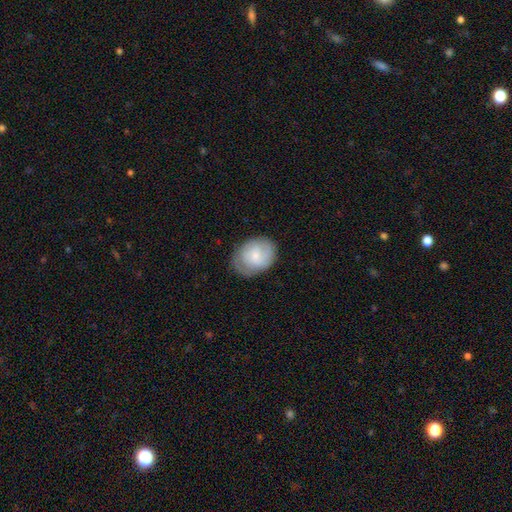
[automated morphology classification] A featured or disk galaxy (47%).

Vote fractions:
- Smooth or featured? featured or disk: 47% / smooth: 46% / star or artifact: 6%
- Merging? none: 73% / minor disturbance: 19% / major disturbance: 6% / merger: 1%